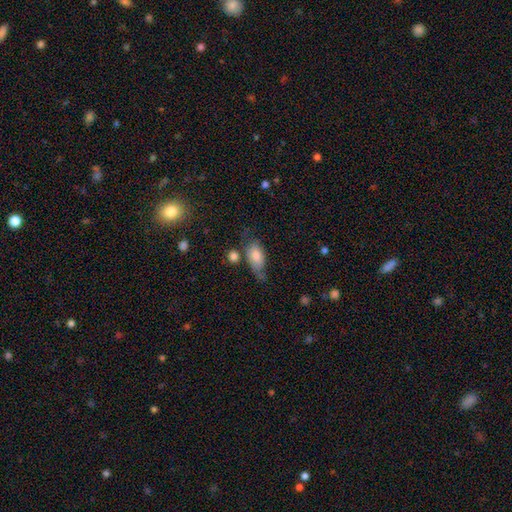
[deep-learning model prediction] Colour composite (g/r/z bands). It shows a smooth galaxy with no disk features (74%) that is in between round and cigar-shaped (88%). Merging: none (46%).